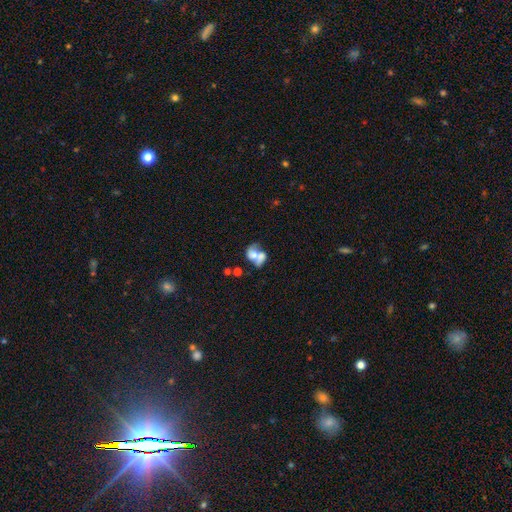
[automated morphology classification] The model was most divided on "smooth or featured": smooth: 50%, featured or disk: 40%, star or artifact: 10%. More confident: merging — merger (67%); how rounded — in between (64%).